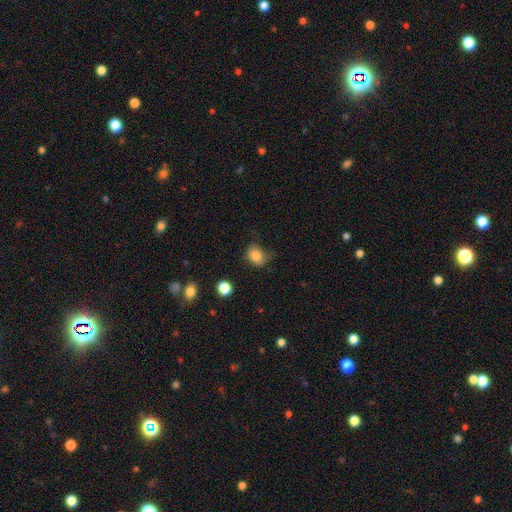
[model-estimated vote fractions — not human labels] Overall: smooth (83%). How rounded: in between (60%; round 39%). Merging: none (62%; minor disturbance 28%).